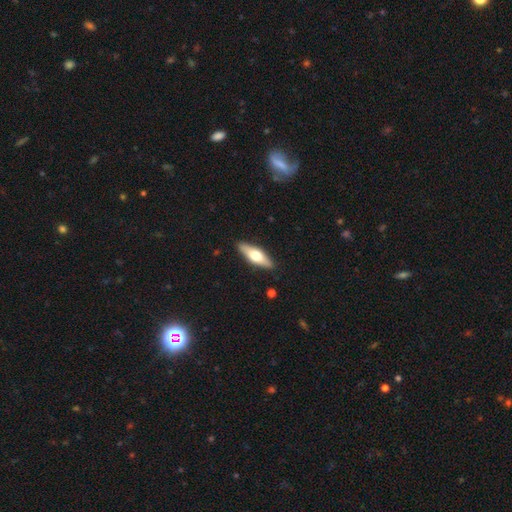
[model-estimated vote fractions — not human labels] Morphology: type=smooth (53%); roundness=in between (52%); merging=none (89%).